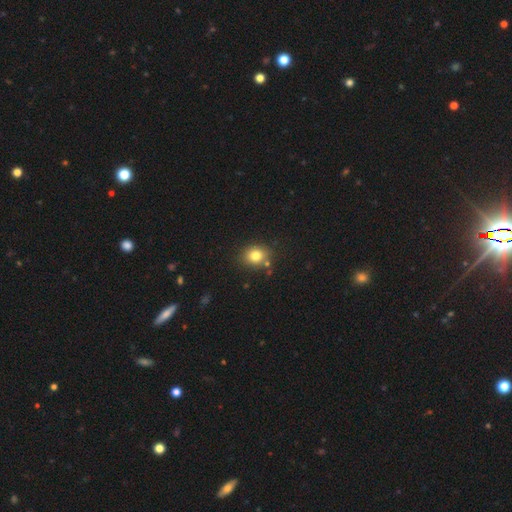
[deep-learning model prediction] A smooth galaxy with no disk features (80%) that is round (65%).

Vote fractions:
- Smooth or featured? smooth: 80% / star or artifact: 12% / featured or disk: 8%
- How rounded? round: 65% / in between: 34% / cigar-shaped: 1%
- Merging? none: 79% / minor disturbance: 11% / merger: 6% / major disturbance: 3%